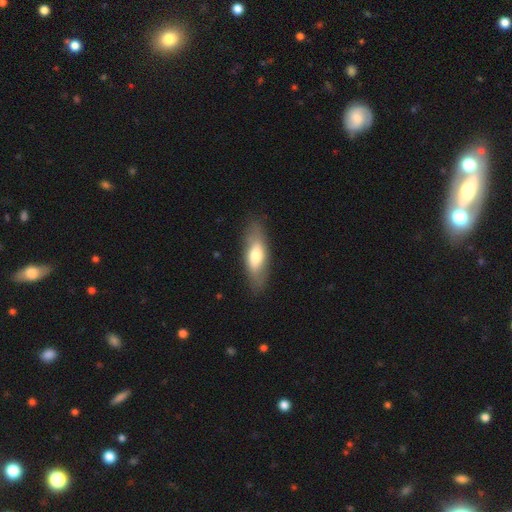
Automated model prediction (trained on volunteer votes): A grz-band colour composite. It shows a smooth galaxy with no disk features (63%) that is in between round and cigar-shaped (62%). Merging: none (81%).